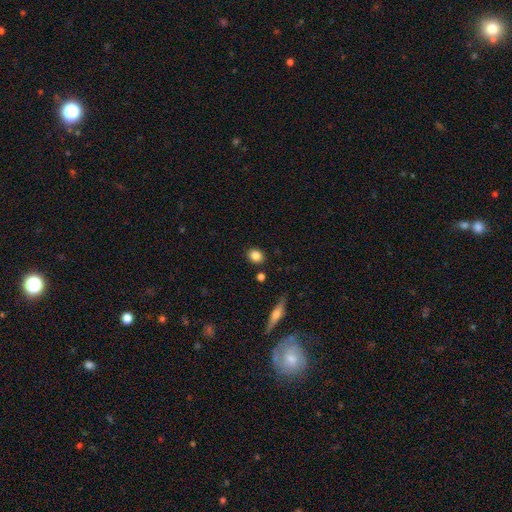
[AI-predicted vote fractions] A smooth galaxy with no disk features (85%) that is round (58%).

Vote fractions:
- Smooth or featured? smooth: 85% / star or artifact: 9% / featured or disk: 7%
- How rounded? round: 58% / in between: 40% / cigar-shaped: 2%
- Merging? none: 86% / minor disturbance: 8% / merger: 3% / major disturbance: 2%